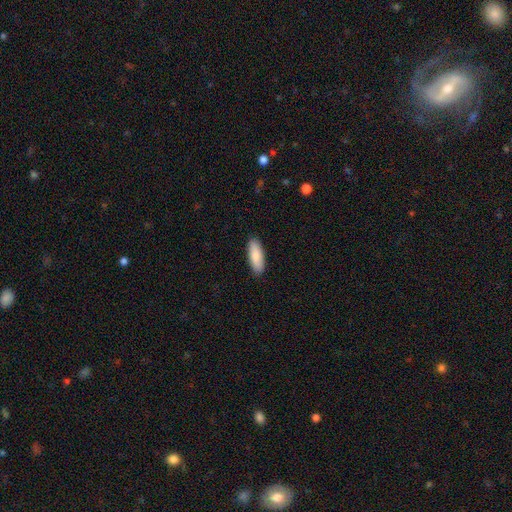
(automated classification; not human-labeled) Smooth or featured? Predicted: smooth (p=0.85). How rounded? Predicted: in between (p=0.65). Merging? Predicted: none (p=0.89).